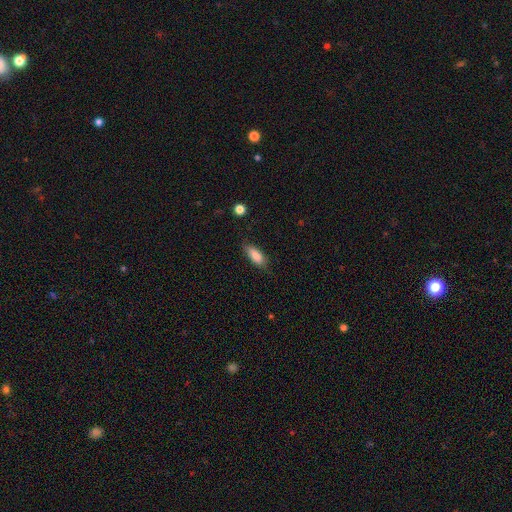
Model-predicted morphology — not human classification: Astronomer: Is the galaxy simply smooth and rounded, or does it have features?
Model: smooth — 84%.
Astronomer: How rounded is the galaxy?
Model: in between — 76%.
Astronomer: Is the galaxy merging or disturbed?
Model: none — 74%.